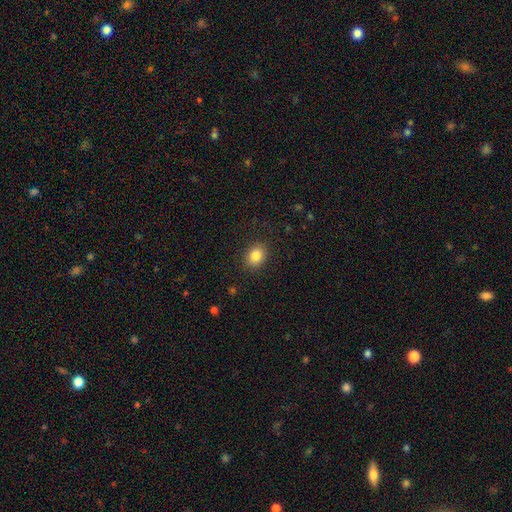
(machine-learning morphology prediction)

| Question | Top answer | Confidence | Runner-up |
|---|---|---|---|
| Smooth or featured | smooth | 85% | star or artifact (10%) |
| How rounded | in between | 54% | round (45%) |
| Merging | none | 88% | minor disturbance (9%) |